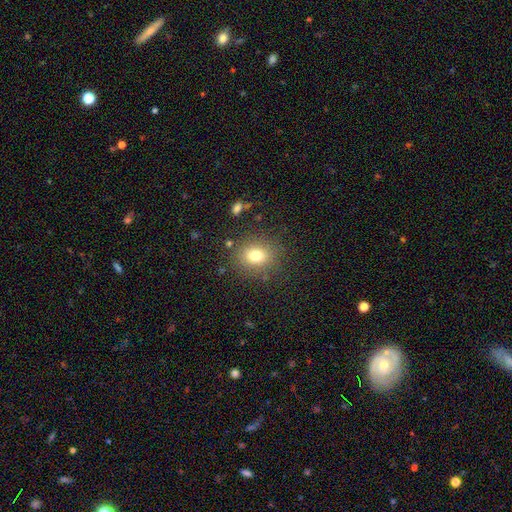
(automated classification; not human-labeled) smooth-or-featured: smooth: 77% | star or artifact: 13% | featured or disk: 10%
  how-rounded: round: 66% | in between: 33% | cigar-shaped: 1%
  merging: none: 83% | minor disturbance: 10% | major disturbance: 4% | merger: 2%